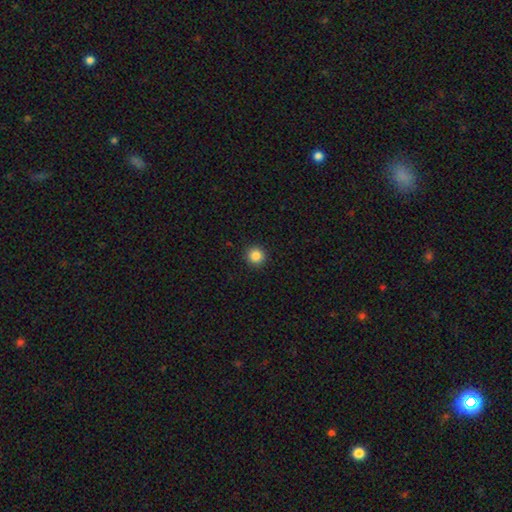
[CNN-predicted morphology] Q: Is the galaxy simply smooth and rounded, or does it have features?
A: smooth — 85%.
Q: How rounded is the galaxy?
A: round — 95%.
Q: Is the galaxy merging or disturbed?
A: none — 93%.